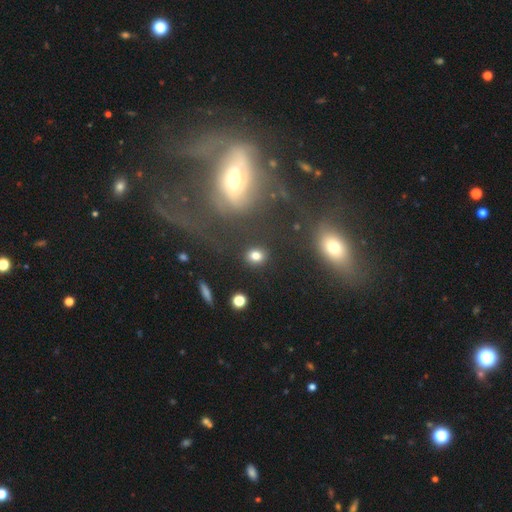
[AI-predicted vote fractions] The model was most divided on "how rounded": round: 61%, in between: 38%, cigar-shaped: 2%. More confident: merging — none (85%); smooth or featured — smooth (80%).